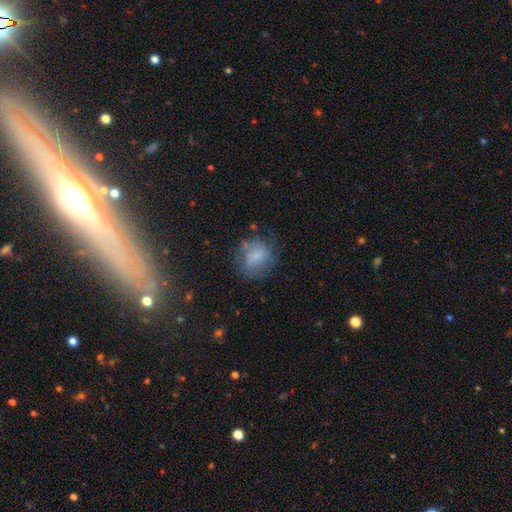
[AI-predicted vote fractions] A smooth galaxy with no disk features (70%) that is round (55%). Merging: none (59%).